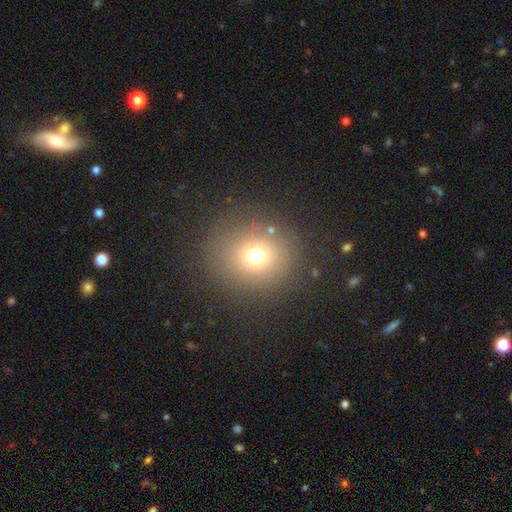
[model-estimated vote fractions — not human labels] The model was most divided on "smooth or featured": smooth: 70%, star or artifact: 19%, featured or disk: 11%. More confident: merging — none (83%); how rounded — round (82%).